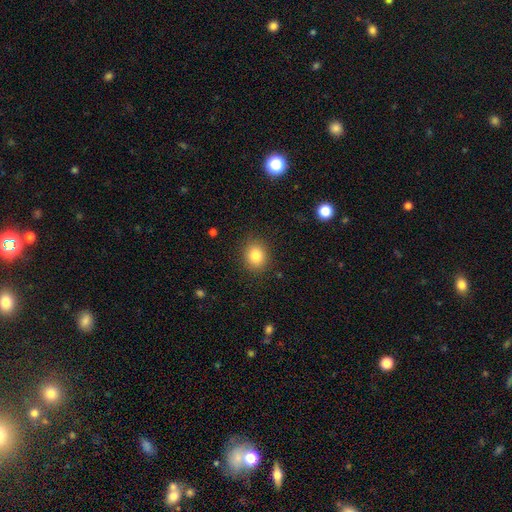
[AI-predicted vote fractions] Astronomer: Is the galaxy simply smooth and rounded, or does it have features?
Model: smooth — 83%.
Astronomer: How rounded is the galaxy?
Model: round — 68%.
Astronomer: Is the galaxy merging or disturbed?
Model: none — 88%.